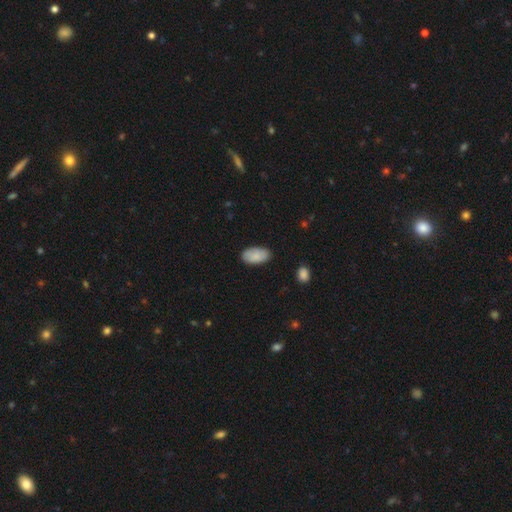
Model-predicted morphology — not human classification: A smooth galaxy with no disk features (86%) that is in between round and cigar-shaped (95%).

Vote fractions:
- Smooth or featured? smooth: 86% / featured or disk: 8% / star or artifact: 6%
- How rounded? in between: 95% / round: 3% / cigar-shaped: 2%
- Merging? none: 84% / minor disturbance: 13% / major disturbance: 2% / merger: 1%